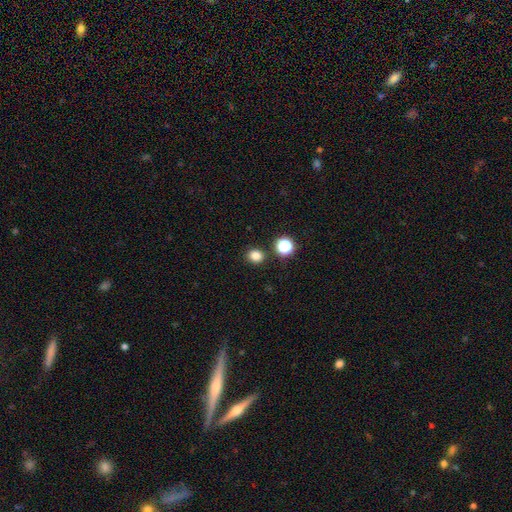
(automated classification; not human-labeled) Smooth or featured?
  - smooth: 81% *
  - star or artifact: 15%
  - featured or disk: 4%
How rounded?
  - round: 74% *
  - in between: 25%
  - cigar-shaped: 1%
Merging?
  - none: 86% *
  - minor disturbance: 7%
  - merger: 5%
  - major disturbance: 2%